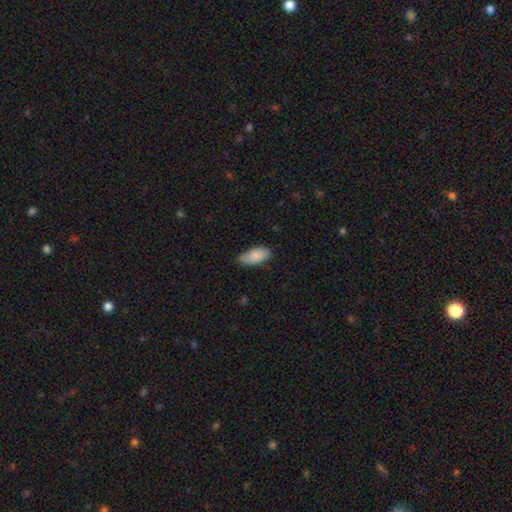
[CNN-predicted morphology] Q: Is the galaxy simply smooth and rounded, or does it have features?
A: smooth — 83%.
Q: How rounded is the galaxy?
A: in between — 93%.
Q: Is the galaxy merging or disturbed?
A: none — 70%.